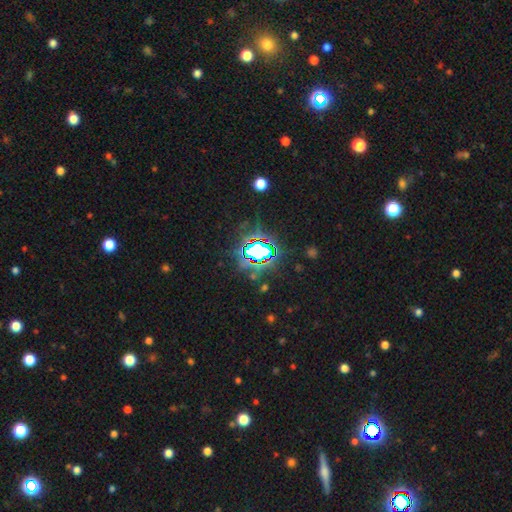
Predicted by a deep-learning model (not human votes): A star or artifact, not a galaxy (73%).